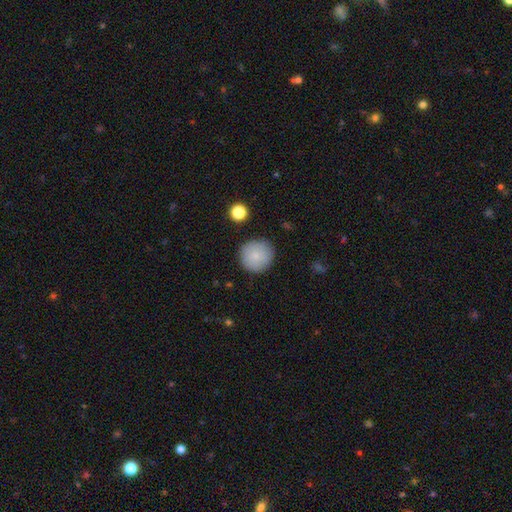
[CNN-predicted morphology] Smooth or featured? smooth (83%)
How rounded? round (95%)
Merging? none (87%)